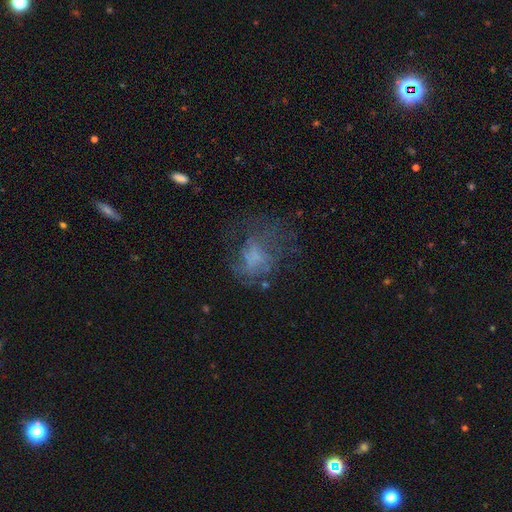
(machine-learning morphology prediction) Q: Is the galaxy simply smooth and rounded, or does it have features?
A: featured or disk — 44%.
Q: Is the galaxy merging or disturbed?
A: none — 43%.